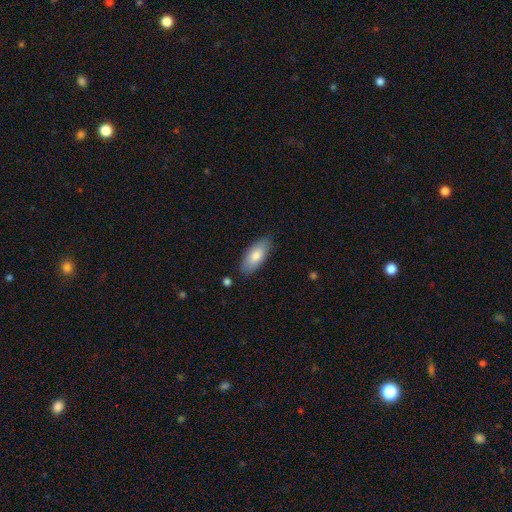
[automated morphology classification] This is likely a smooth galaxy (79%). How rounded: clearly in between (85%). Merging: clearly none (83%).